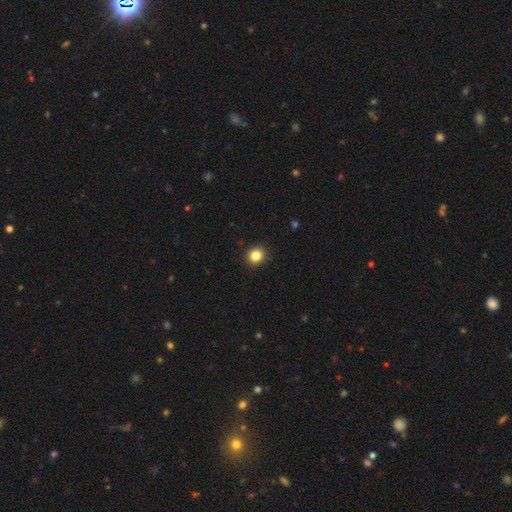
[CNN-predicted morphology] Q: Smooth or featured?
A: smooth (84%); runner-up: star or artifact (11%)
Q: How rounded?
A: round (86%); runner-up: in between (13%)
Q: Merging?
A: none (92%); runner-up: minor disturbance (5%)